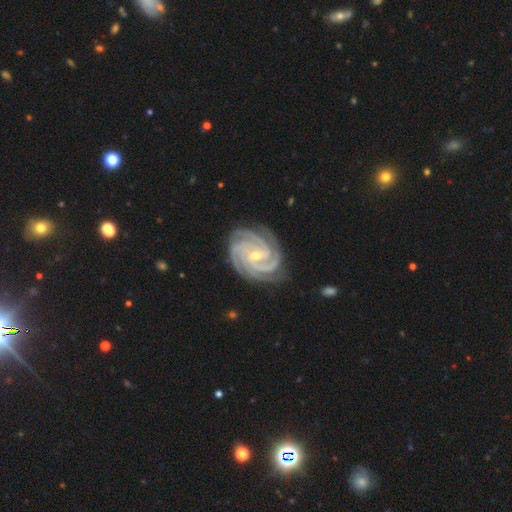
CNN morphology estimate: A featured or disk galaxy (93%) with a weak bar (39%, tied with no), 4 (43%) tight (78%) spiral arms (99%) and a small central bulge (64%). Merging: none (82%).